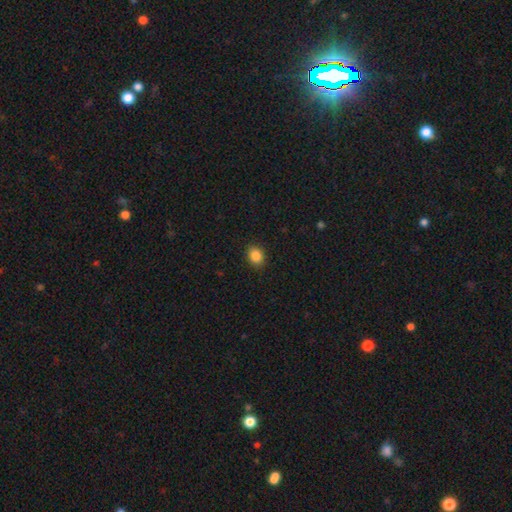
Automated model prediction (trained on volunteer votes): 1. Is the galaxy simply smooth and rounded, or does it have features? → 86% smooth, 10% star or artifact, 4% featured or disk.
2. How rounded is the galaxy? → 51% in between, 48% round, 1% cigar-shaped.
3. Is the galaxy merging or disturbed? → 89% none, 8% minor disturbance, 2% major disturbance, 1% merger.